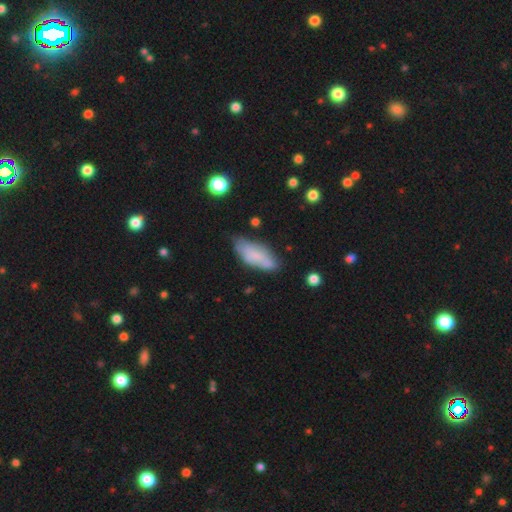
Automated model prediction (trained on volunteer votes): smooth_or_featured: smooth (p=0.66) [alt: featured or disk p=0.27]
how_rounded: in between (p=0.74) [alt: cigar-shaped p=0.24]
merging: none (p=0.60) [alt: minor disturbance p=0.29]